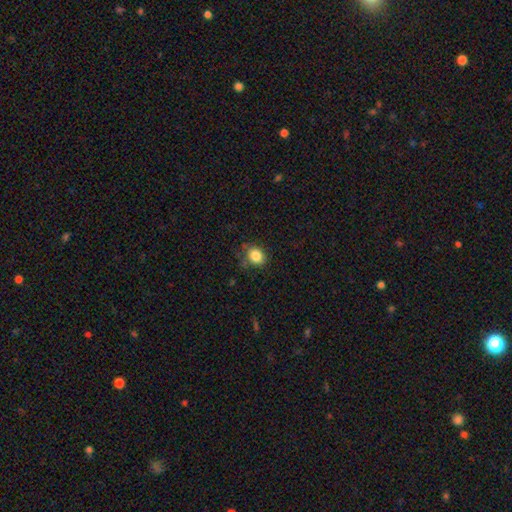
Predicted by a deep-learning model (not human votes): smooth-or-featured: smooth: 85% | star or artifact: 10% | featured or disk: 5%
  how-rounded: round: 52% | in between: 47% | cigar-shaped: 1%
  merging: none: 72% | minor disturbance: 20% | major disturbance: 5% | merger: 2%